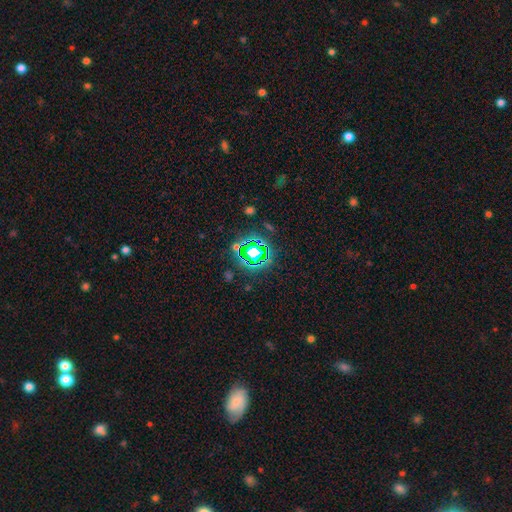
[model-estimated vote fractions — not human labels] smooth_or_featured: star or artifact (p=0.67) [alt: smooth p=0.20]